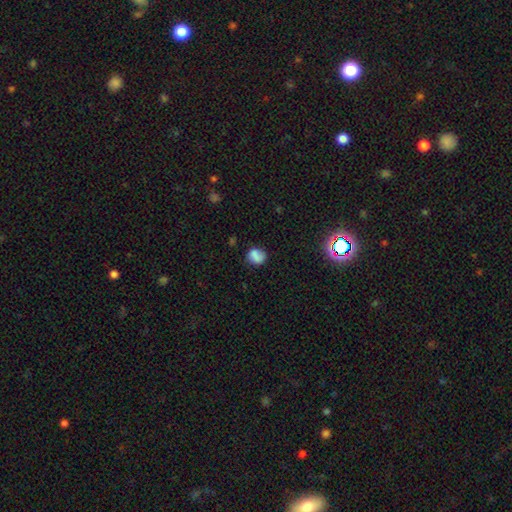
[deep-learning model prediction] smooth-or-featured: smooth: 76% | featured or disk: 13% | star or artifact: 12%
  how-rounded: round: 60% | in between: 38% | cigar-shaped: 1%
  merging: none: 62% | minor disturbance: 23% | merger: 8% | major disturbance: 7%